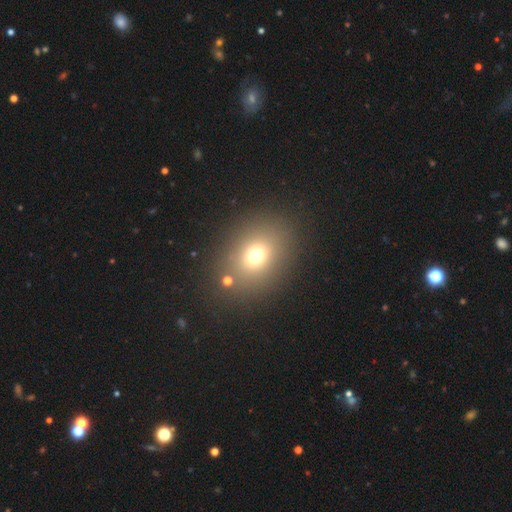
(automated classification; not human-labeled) smooth 70%, star or artifact 19%, featured or disk 11%. Down the decision tree: how rounded — round (54%); merging — none (81%).